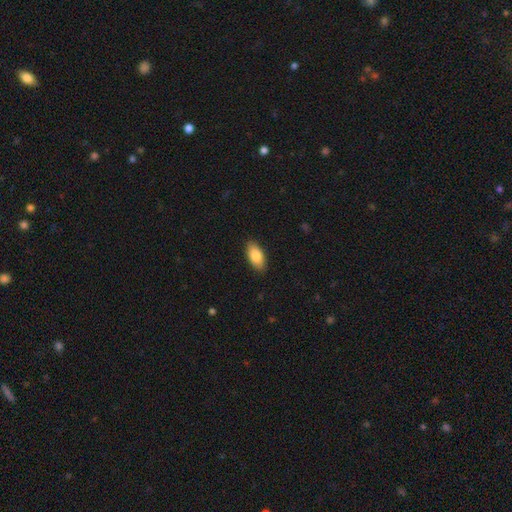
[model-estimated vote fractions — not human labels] Smooth or featured?
  - smooth: 82% *
  - featured or disk: 11%
  - star or artifact: 6%
How rounded?
  - in between: 92% *
  - cigar-shaped: 5%
  - round: 3%
Merging?
  - none: 89% *
  - minor disturbance: 8%
  - major disturbance: 2%
  - merger: 1%